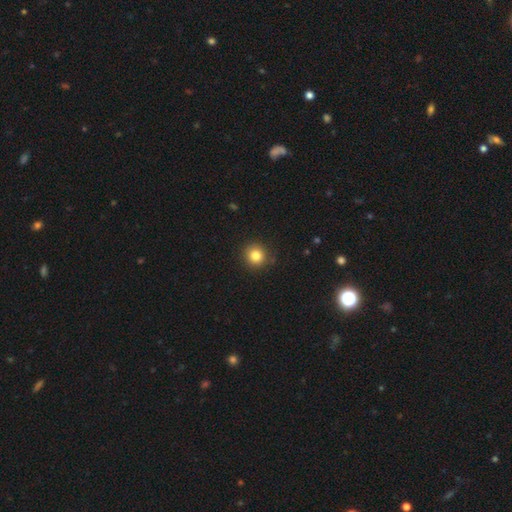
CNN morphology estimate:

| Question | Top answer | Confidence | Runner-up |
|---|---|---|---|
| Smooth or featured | smooth | 83% | star or artifact (11%) |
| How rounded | round | 93% | in between (6%) |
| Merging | none | 89% | minor disturbance (7%) |